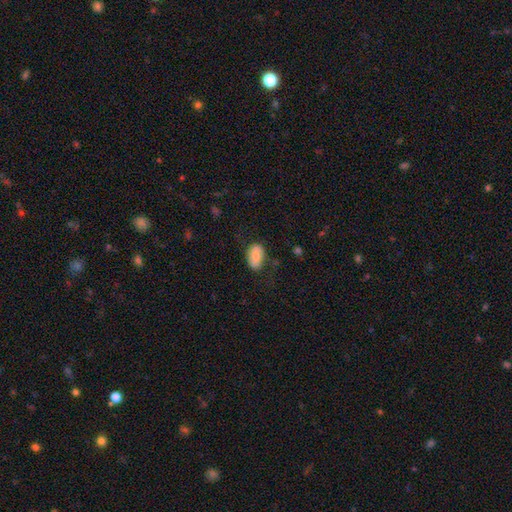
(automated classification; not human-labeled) smooth 75%, featured or disk 19%, star or artifact 7%. Down the decision tree: how rounded — in between (91%); merging — none (68%).